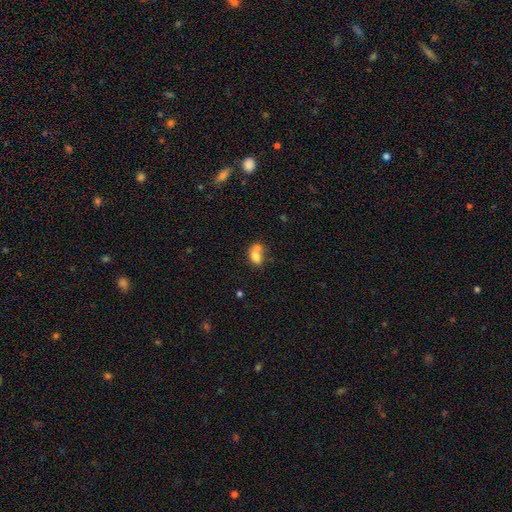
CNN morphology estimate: Smooth or featured?
  - smooth: 74% *
  - featured or disk: 17%
  - star or artifact: 10%
How rounded?
  - in between: 73% *
  - round: 26%
  - cigar-shaped: 2%
Merging?
  - merger: 58% *
  - none: 24%
  - minor disturbance: 11%
  - major disturbance: 7%